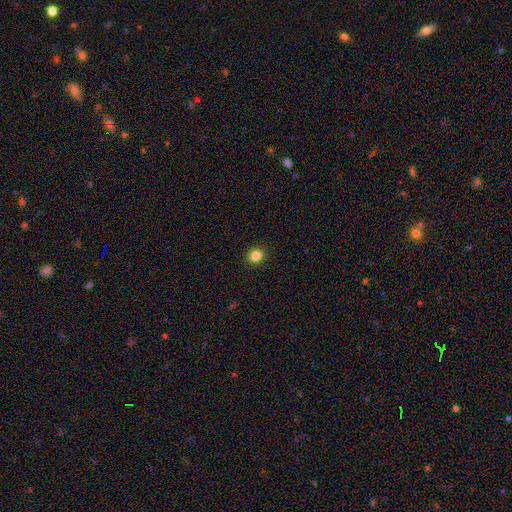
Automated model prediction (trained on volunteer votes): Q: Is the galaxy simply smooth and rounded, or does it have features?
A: smooth — 85%.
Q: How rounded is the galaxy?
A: round — 79%.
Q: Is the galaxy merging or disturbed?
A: none — 91%.